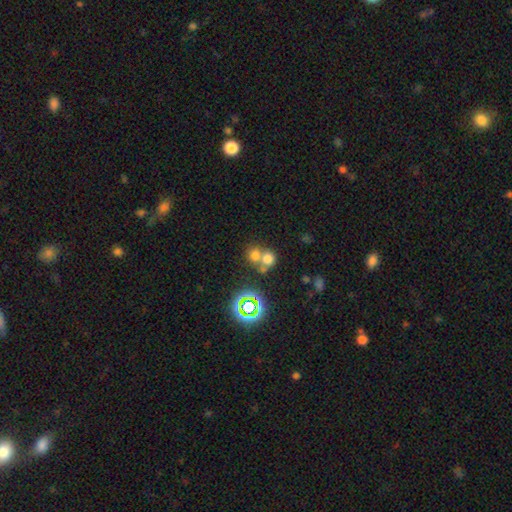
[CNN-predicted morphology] A smooth galaxy with no disk features (67%) that is round (82%). Merging: merger (50%).